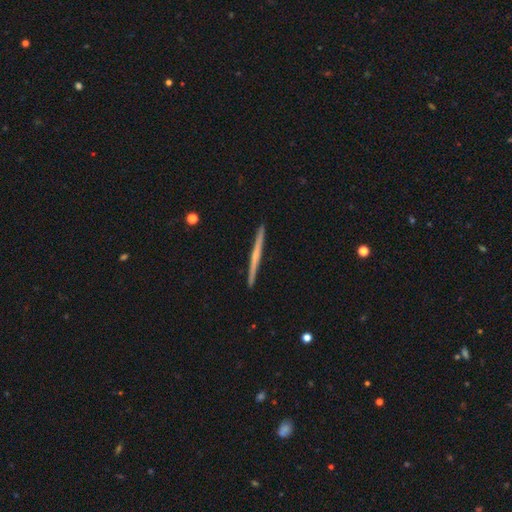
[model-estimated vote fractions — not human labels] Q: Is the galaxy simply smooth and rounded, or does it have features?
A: featured or disk — 62%.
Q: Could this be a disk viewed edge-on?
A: yes — 98%.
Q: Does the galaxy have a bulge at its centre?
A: none — 68%.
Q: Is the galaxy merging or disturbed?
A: none — 93%.